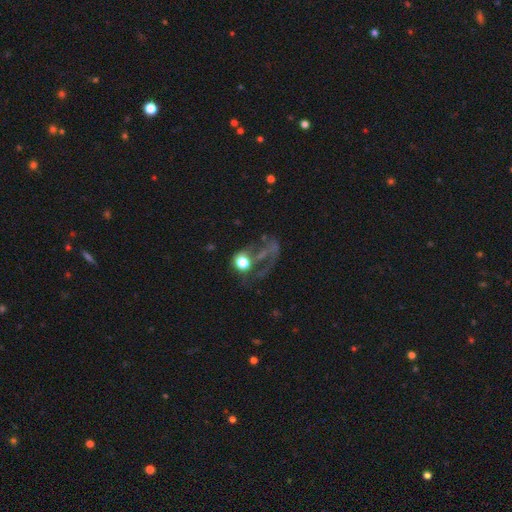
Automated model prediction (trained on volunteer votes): smooth-or-featured: featured or disk: 42% | star or artifact: 34% | smooth: 24%
  merging: major disturbance: 37% | none: 30% | merger: 19% | minor disturbance: 14%